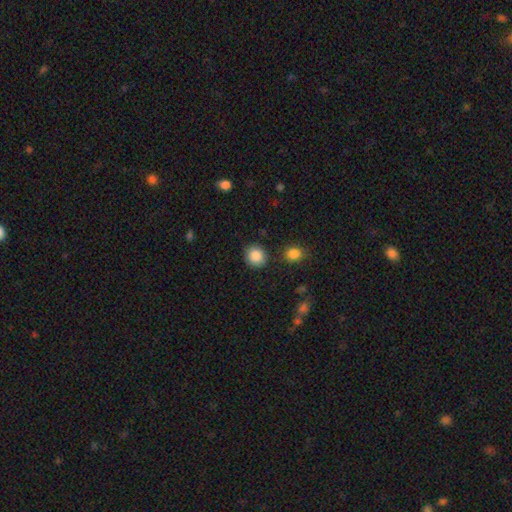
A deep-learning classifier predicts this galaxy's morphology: A smooth galaxy with no disk features (88%) that is round (83%). Merging: none (85%).